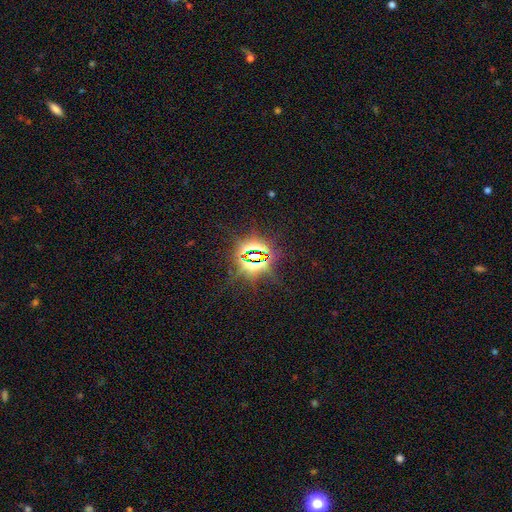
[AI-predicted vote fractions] Smooth or featured: star or artifact — 84% (smooth — 9%)